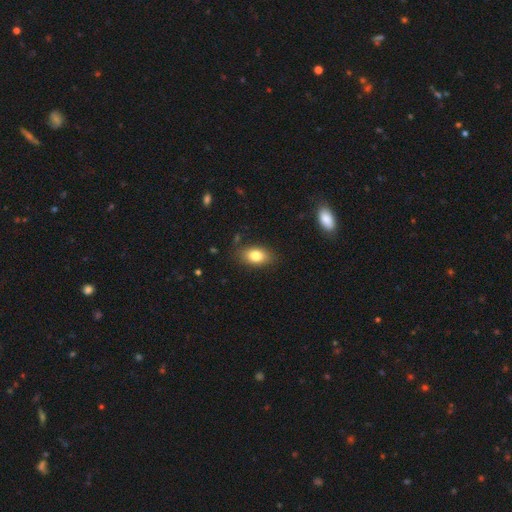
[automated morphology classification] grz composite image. It shows a smooth galaxy with no disk features (81%) that is in between round and cigar-shaped (87%). Merging: none (84%).